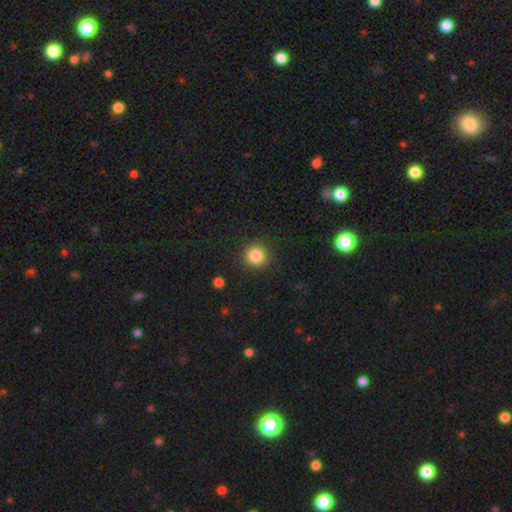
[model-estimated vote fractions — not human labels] A smooth galaxy with no disk features (84%) that is round (94%).

Vote fractions:
- Smooth or featured? smooth: 84% / star or artifact: 11% / featured or disk: 5%
- How rounded? round: 94% / in between: 5% / cigar-shaped: 1%
- Merging? none: 91% / minor disturbance: 6% / major disturbance: 2% / merger: 1%